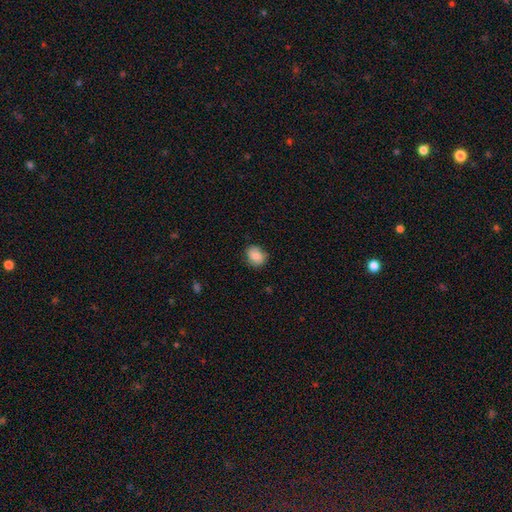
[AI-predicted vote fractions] Overall: smooth (85%). How rounded: round (52%; in between 47%). Merging: none (78%).